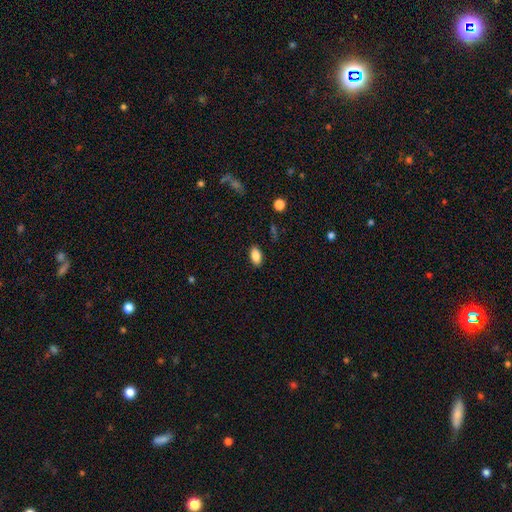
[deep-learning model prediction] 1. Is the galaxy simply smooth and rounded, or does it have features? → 85% smooth, 8% star or artifact, 6% featured or disk.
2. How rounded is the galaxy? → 91% in between, 6% round, 3% cigar-shaped.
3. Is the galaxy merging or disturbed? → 88% none, 9% minor disturbance, 2% major disturbance, 1% merger.